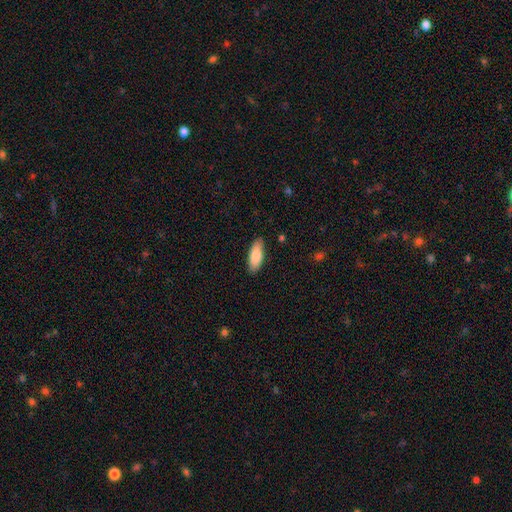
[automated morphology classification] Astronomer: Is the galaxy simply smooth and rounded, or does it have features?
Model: smooth — 87%.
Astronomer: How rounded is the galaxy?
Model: in between — 76%.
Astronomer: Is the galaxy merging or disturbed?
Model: none — 86%.